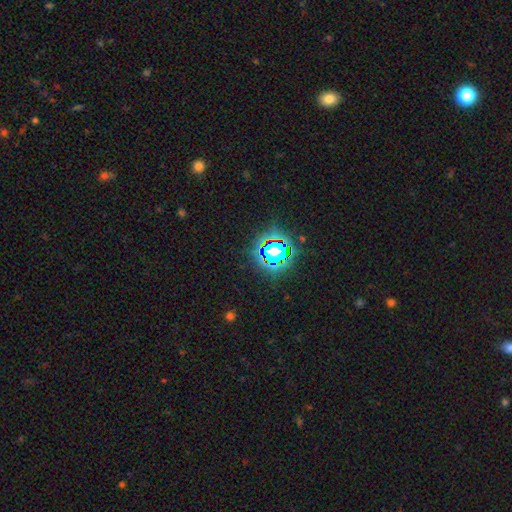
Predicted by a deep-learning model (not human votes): Overall: star or artifact (79%).